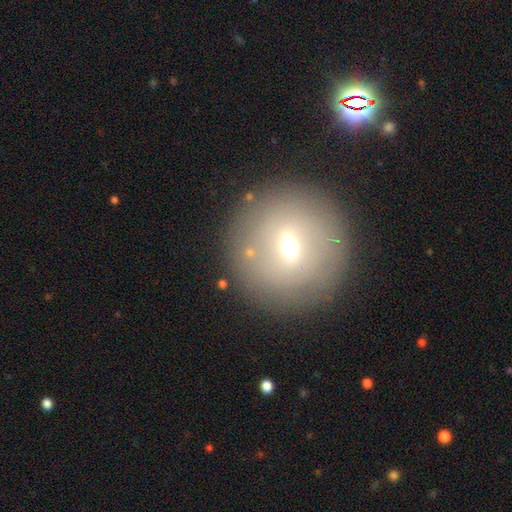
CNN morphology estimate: Overall: smooth (55%; featured or disk 29%). How rounded: round (95%). Merging: none (87%).